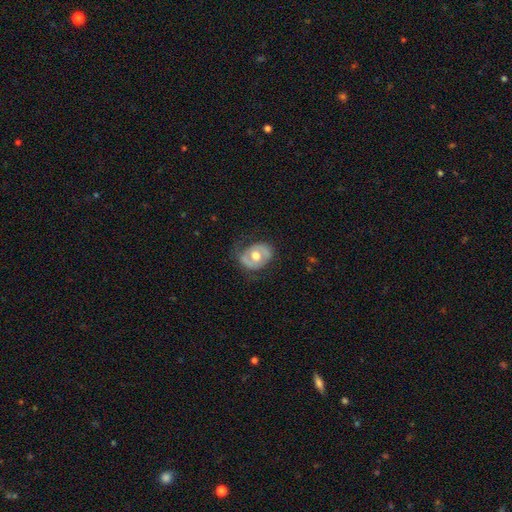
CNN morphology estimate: type=featured or disk (58%); edge-on=no (96%); bar=no (59%); spiral arms=yes (55%); bulge=moderate (75%); merging=none (61%).